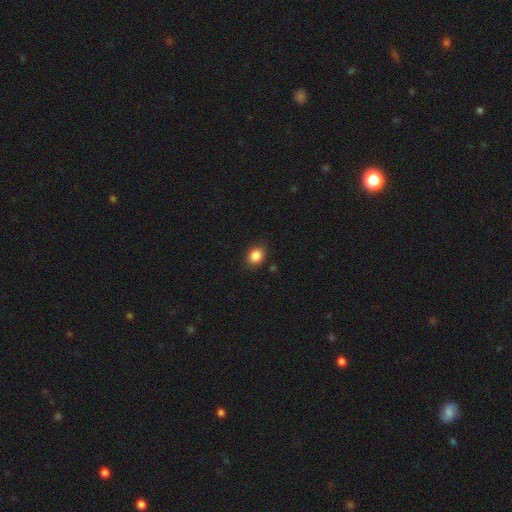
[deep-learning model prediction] This is clearly a smooth galaxy (86%). How rounded: possibly round (51%). Merging: clearly none (86%).